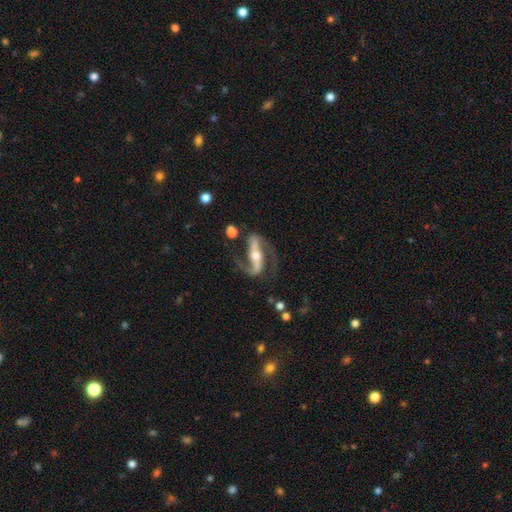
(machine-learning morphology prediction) This is clearly a featured or disk galaxy (90%). It is clearly not viewed edge-on (91%). Bar: likely strong (66%). Spiral arm pattern: clearly yes (96%). Spiral arm count: clearly 2 (92%). Spiral winding: possibly medium (46%). Central bulge: possibly moderate (57%). Merging: likely none (71%).